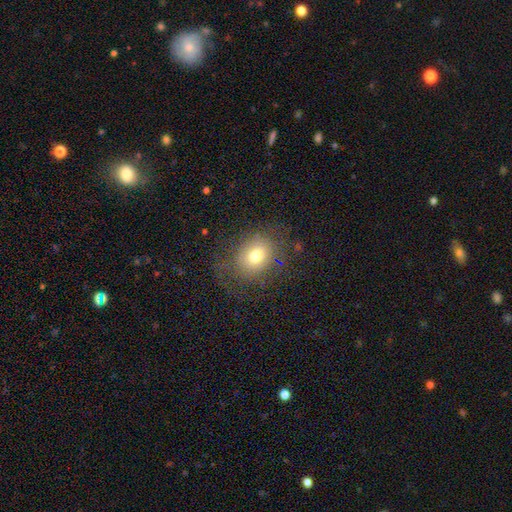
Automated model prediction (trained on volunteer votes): Morphology: type=smooth (71%); roundness=round (56%); merging=none (69%).